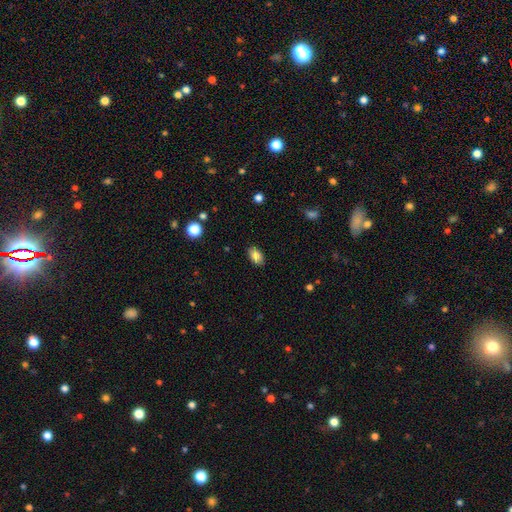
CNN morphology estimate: This is clearly a smooth galaxy (84%). How rounded: clearly in between (89%). Merging: clearly none (87%).